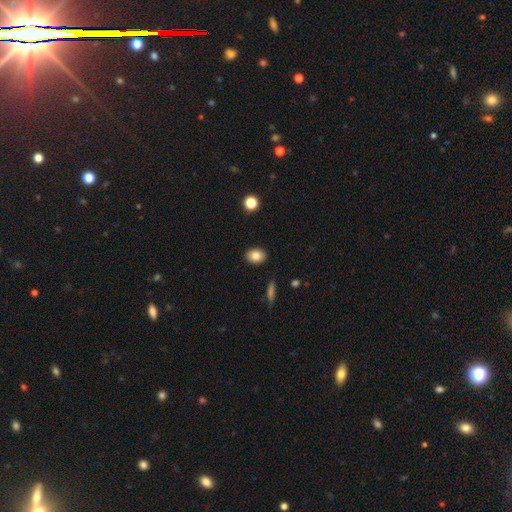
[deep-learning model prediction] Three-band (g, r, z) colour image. It shows a smooth galaxy with no disk features (82%) that is in between round and cigar-shaped (67%). Merging: none (90%).